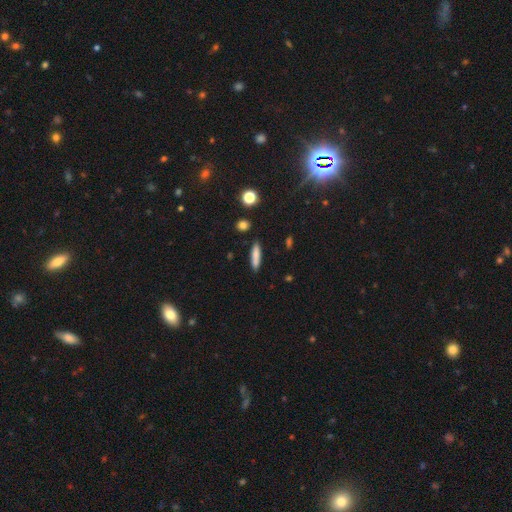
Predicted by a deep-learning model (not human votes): Smooth or featured? Predicted: smooth (p=0.78). How rounded? Predicted: cigar-shaped (p=0.81). Merging? Predicted: none (p=0.86).